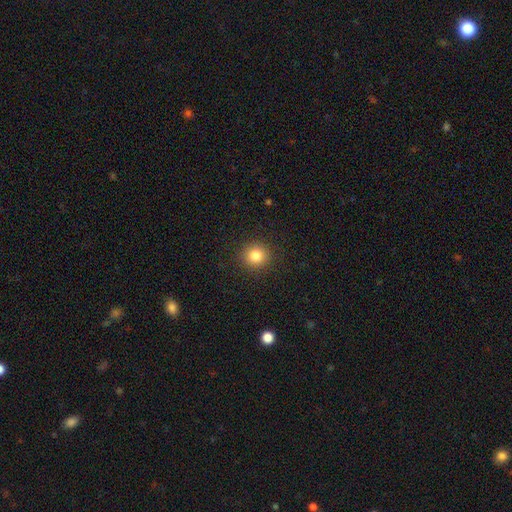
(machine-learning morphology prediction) The model was most divided on "smooth or featured": smooth: 83%, star or artifact: 11%, featured or disk: 6%. More confident: how rounded — round (91%); merging — none (90%).